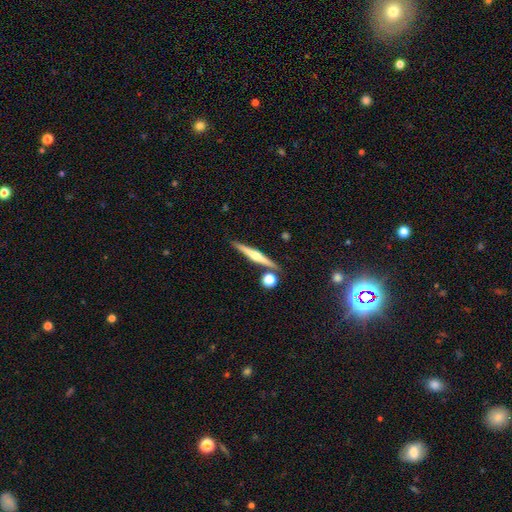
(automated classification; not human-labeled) Smooth or featured? Predicted: featured or disk (p=0.68). Edge-on disk? Predicted: yes (p=0.98). Edge-on bulge? Predicted: rounded (p=0.89). Merging? Predicted: none (p=0.84).